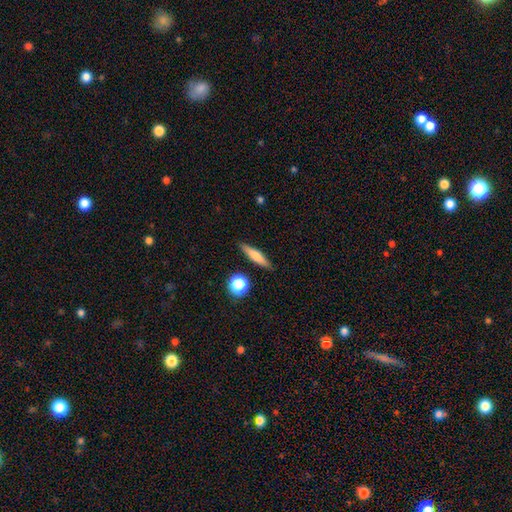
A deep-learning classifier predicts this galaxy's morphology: This appears to be a smooth galaxy with no disk features (62%) that is cigar-shaped (79%). Merging: none (88%).